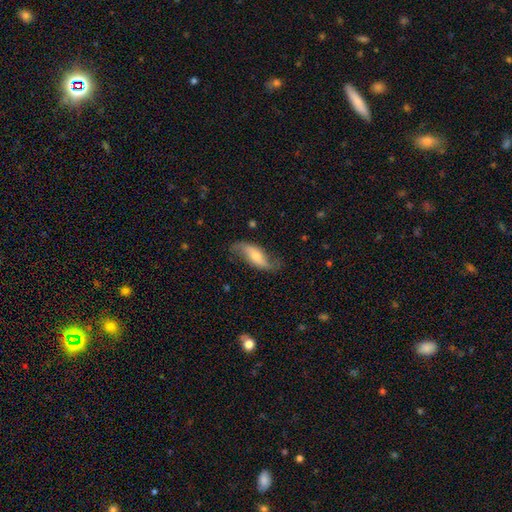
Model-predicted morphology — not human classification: smooth_or_featured: featured or disk (p=0.64) [alt: smooth p=0.29]
disk_edge_on: no (p=0.84) [alt: yes p=0.16]
bar: no (p=0.45) [alt: weak p=0.34]
has_spiral_arms: yes (p=0.89) [alt: no p=0.11]
bulge_size: moderate (p=0.47) [alt: small p=0.37]
merging: none (p=0.70) [alt: minor disturbance p=0.20]